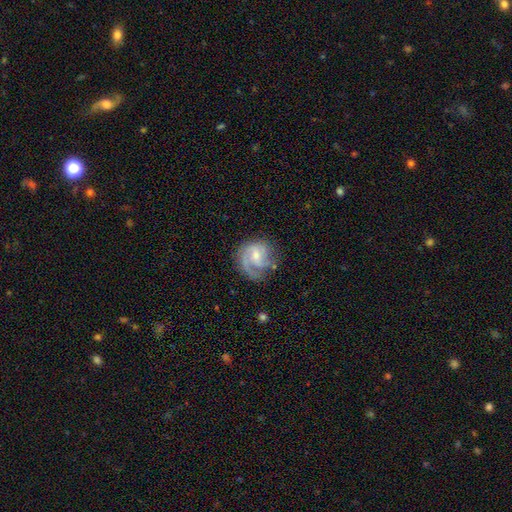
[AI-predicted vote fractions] A featured or disk galaxy (81%) with a weak bar (50%), 2 (39%) medium (47%) spiral arms (95%) and a small central bulge (55%). Merging: none (62%).